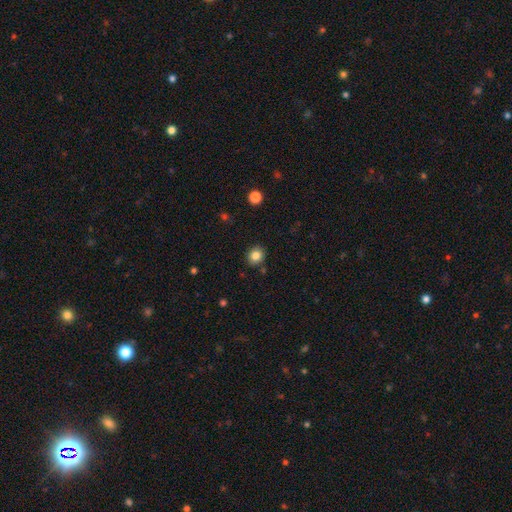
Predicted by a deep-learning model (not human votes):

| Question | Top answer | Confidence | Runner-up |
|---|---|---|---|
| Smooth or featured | smooth | 83% | star or artifact (11%) |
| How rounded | round | 80% | in between (20%) |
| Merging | none | 87% | minor disturbance (8%) |